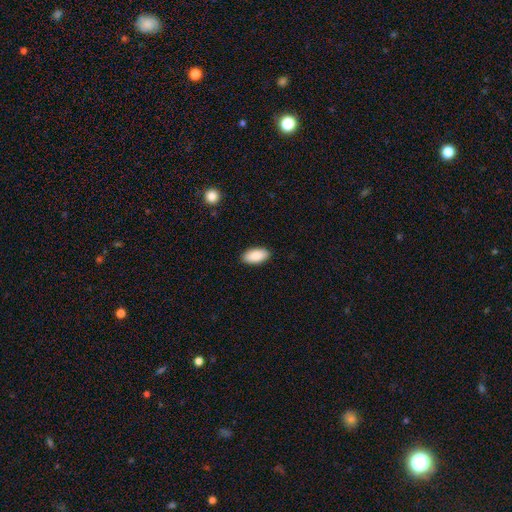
This appears to be a smooth galaxy with no disk features (97%) that is in between round and cigar-shaped (97%). Merging: none (86%).